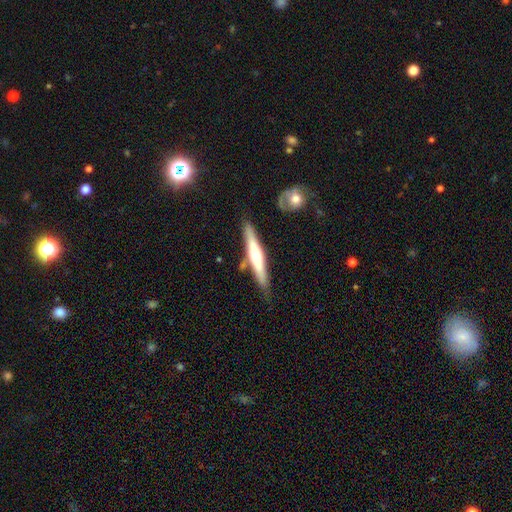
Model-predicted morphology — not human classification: featured or disk 56%, smooth 39%, star or artifact 5%. Down the decision tree: edge-on disk — yes (94%); edge-on bulge — rounded (78%); merging — none (78%).